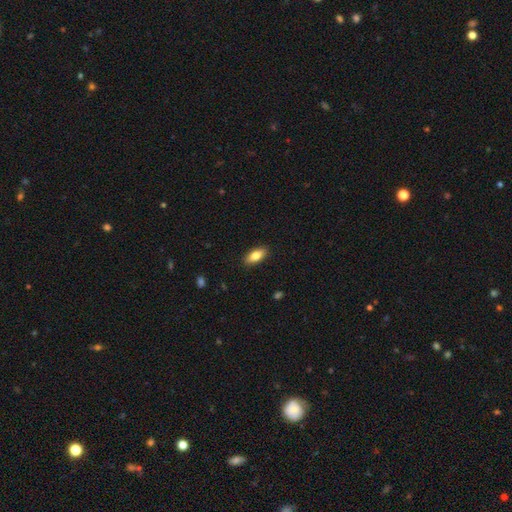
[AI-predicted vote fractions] Smooth or featured? Predicted: smooth (p=0.79). How rounded? Predicted: in between (p=0.85). Merging? Predicted: none (p=0.89).